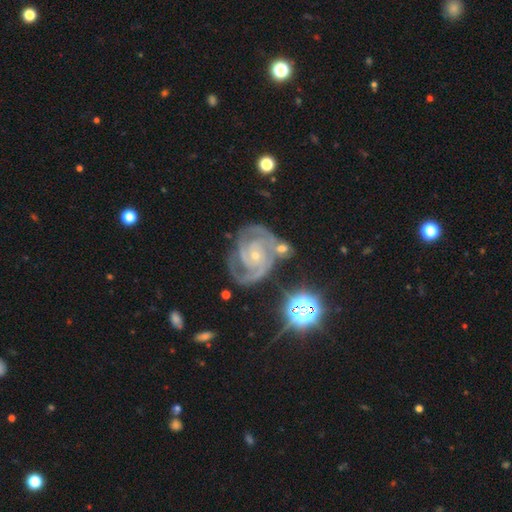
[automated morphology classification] type=featured or disk (89%); edge-on=no (98%); bar=no (68%); spiral arms=yes (98%); winding=tight (62%); arm count=2 (44%); bulge=small (76%); merging=none (52%).